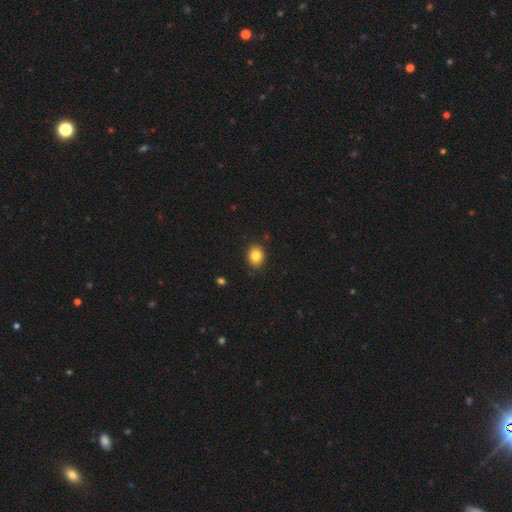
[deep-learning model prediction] Smooth or featured: smooth — 84% (star or artifact — 9%)
How rounded: in between — 52% (round — 47%)
Merging: none — 88% (minor disturbance — 9%)